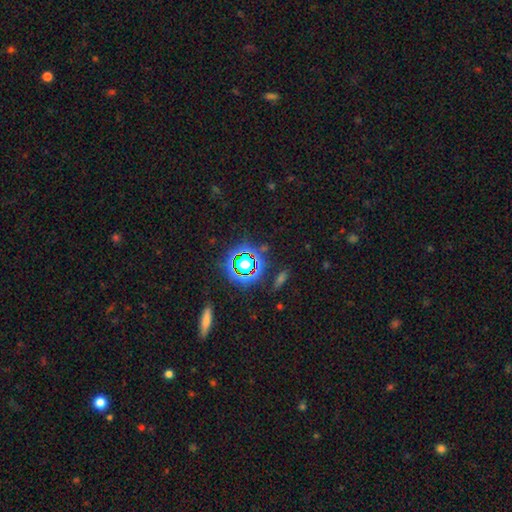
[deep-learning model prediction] smooth-or-featured: star or artifact: 75% | smooth: 15% | featured or disk: 10%